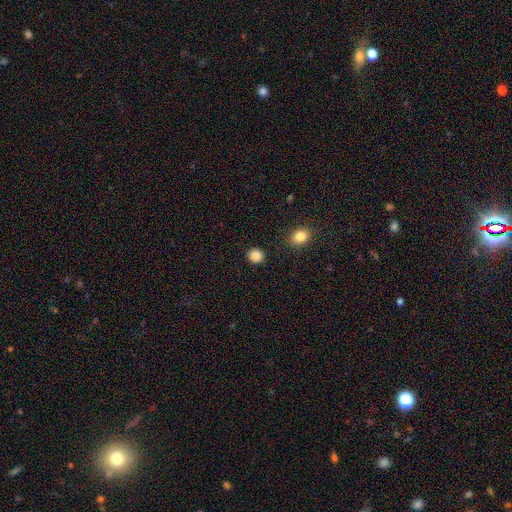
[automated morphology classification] Smooth or featured? smooth (87%)
How rounded? round (84%)
Merging? none (90%)